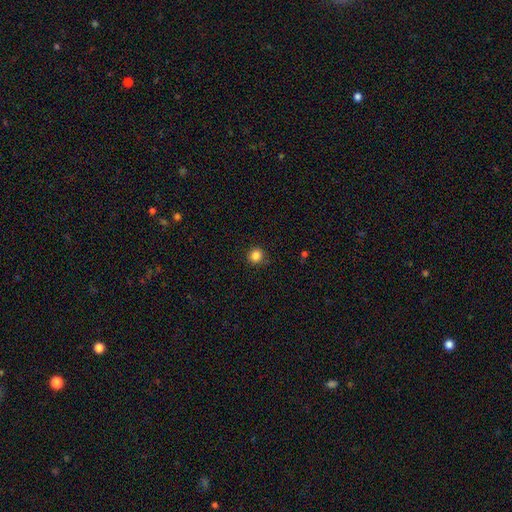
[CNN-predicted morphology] type=smooth (85%); roundness=round (91%); merging=none (85%).